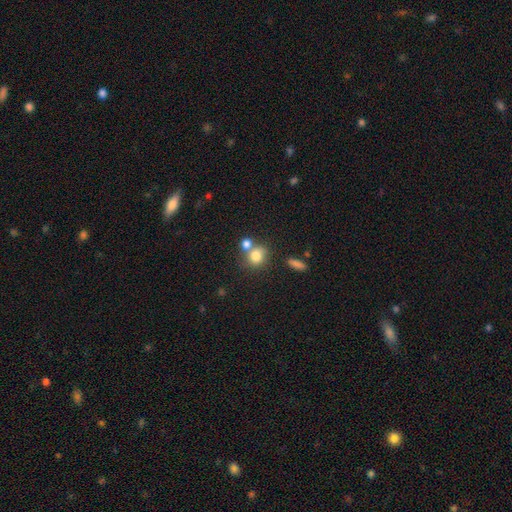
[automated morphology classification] A smooth galaxy with no disk features (79%) that is round (74%). Merging: none (49%).